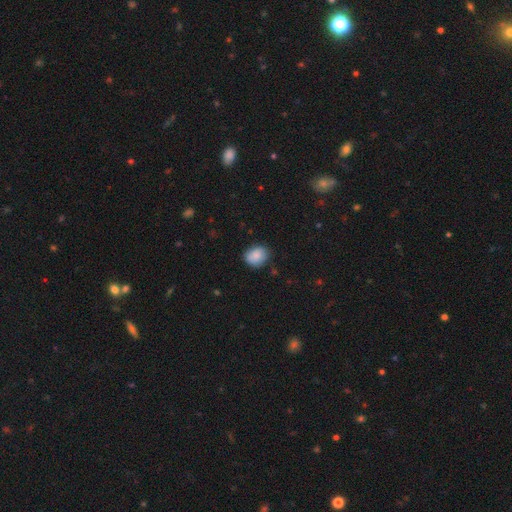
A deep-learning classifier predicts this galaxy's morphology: Smooth or featured? Predicted: smooth (p=0.85). How rounded? Predicted: round (p=0.56). Merging? Predicted: none (p=0.79).